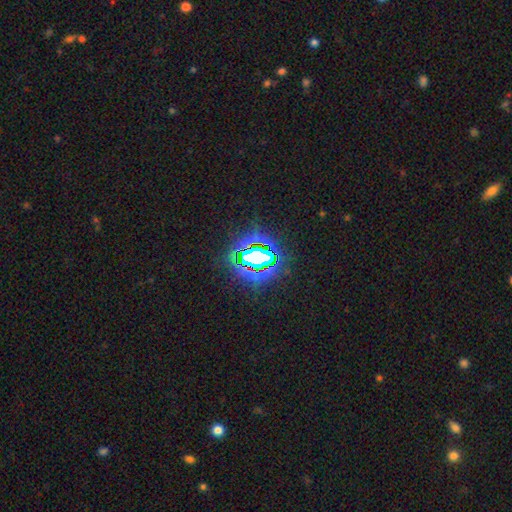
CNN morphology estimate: Overall: star or artifact (76%).